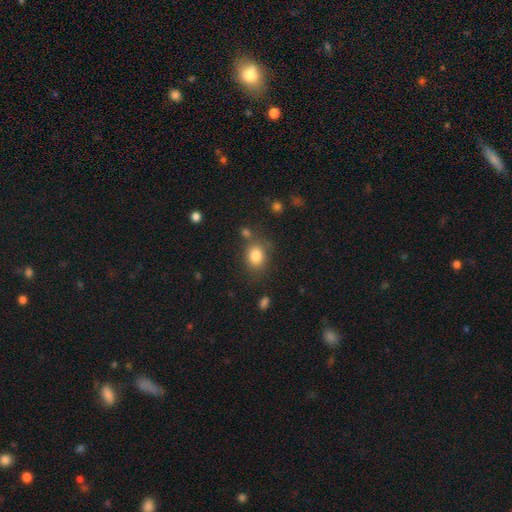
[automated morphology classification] smooth_or_featured: smooth (p=0.82) [alt: star or artifact p=0.11]
how_rounded: round (p=0.58) [alt: in between p=0.41]
merging: none (p=0.72) [alt: minor disturbance p=0.14]